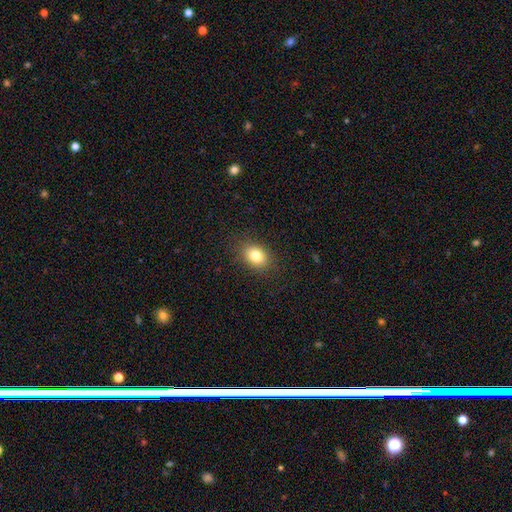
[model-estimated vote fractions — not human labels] Smooth or featured: smooth — 81% (star or artifact — 10%)
How rounded: in between — 67% (round — 32%)
Merging: none — 87% (minor disturbance — 9%)